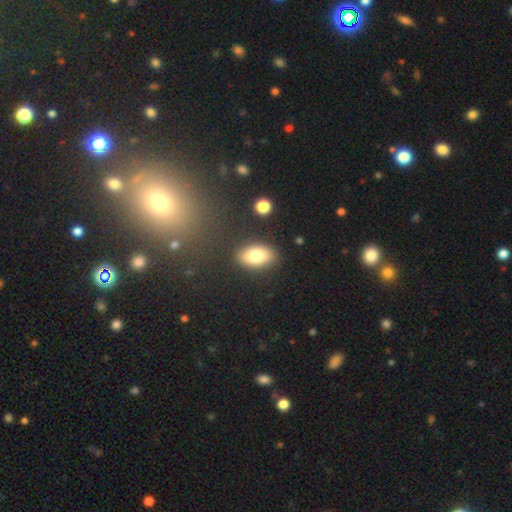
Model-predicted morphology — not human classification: smooth_or_featured: smooth (p=0.77) [alt: featured or disk p=0.14]
how_rounded: in between (p=0.89) [alt: round p=0.08]
merging: none (p=0.85) [alt: minor disturbance p=0.10]